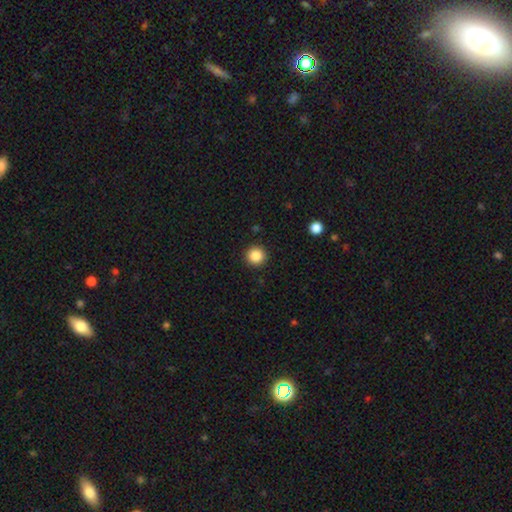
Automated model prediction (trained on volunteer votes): This appears to be a smooth galaxy with no disk features (86%) that is round (94%). Merging: none (92%).